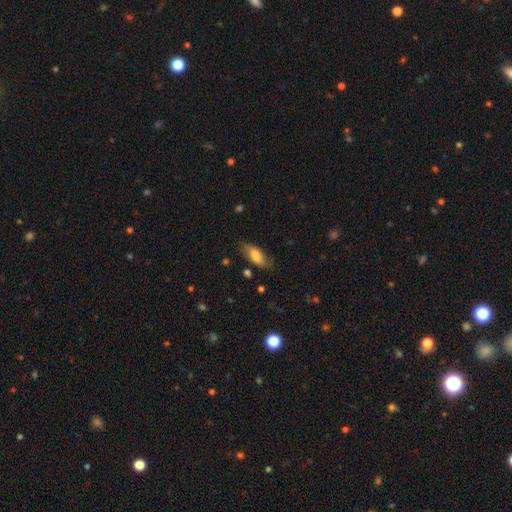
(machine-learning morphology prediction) Smooth or featured?
  - smooth: 76% *
  - featured or disk: 18%
  - star or artifact: 7%
How rounded?
  - in between: 83% *
  - cigar-shaped: 15%
  - round: 3%
Merging?
  - none: 73% *
  - minor disturbance: 19%
  - major disturbance: 6%
  - merger: 2%